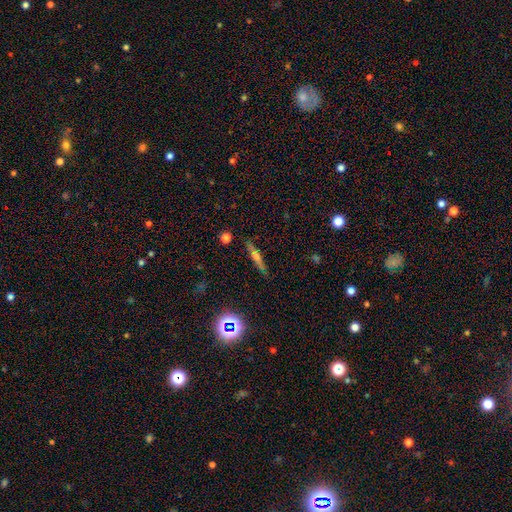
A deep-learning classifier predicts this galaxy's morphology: type=featured or disk (46%); merging=none (85%).